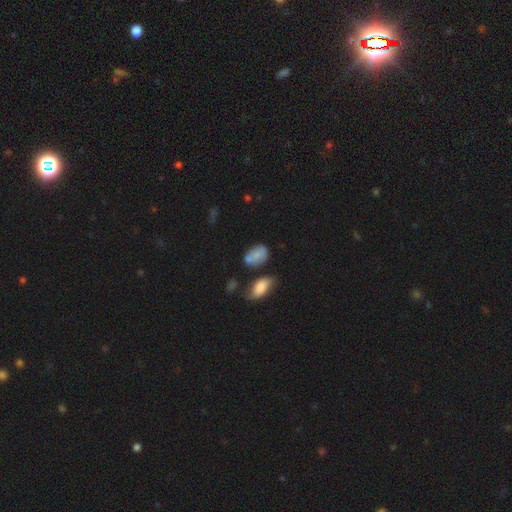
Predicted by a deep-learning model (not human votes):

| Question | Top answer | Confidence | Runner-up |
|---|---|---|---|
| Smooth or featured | smooth | 73% | featured or disk (17%) |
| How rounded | in between | 80% | round (19%) |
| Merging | none | 46% | minor disturbance (25%) |